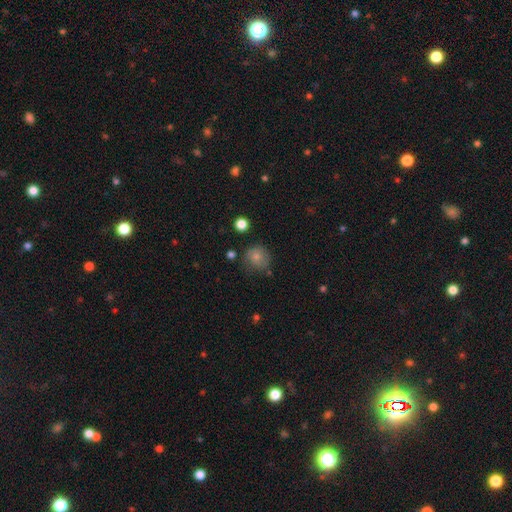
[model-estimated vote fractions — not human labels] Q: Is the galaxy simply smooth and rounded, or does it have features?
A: smooth — 65%.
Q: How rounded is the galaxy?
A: round — 89%.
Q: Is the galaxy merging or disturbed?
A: none — 74%.